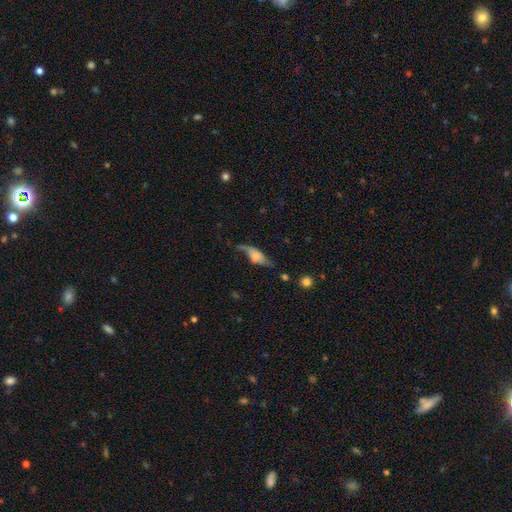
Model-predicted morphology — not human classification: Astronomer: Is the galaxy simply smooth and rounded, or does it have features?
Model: featured or disk — 53% (runner-up: smooth, 39%).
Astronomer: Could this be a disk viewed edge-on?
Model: no — 72%.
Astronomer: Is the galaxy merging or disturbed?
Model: none — 46% (runner-up: minor disturbance, 31%).